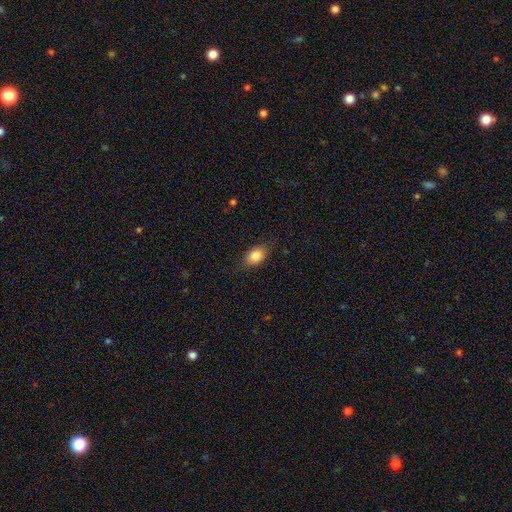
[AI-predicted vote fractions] The model was most divided on "how rounded": in between: 73%, round: 25%, cigar-shaped: 2%. More confident: smooth or featured — smooth (83%); merging — none (76%).